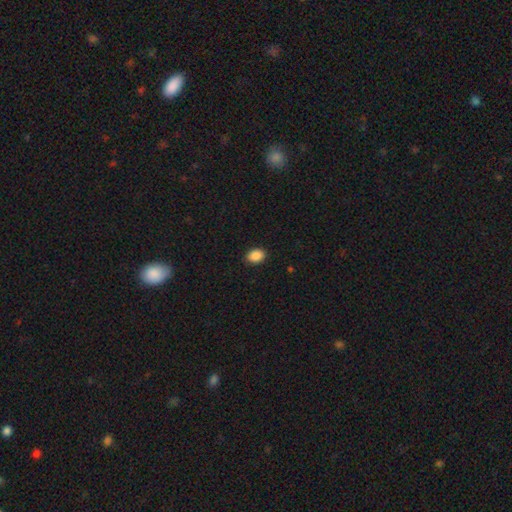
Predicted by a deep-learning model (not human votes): Morphology: type=smooth (89%); roundness=in between (68%); merging=none (90%).